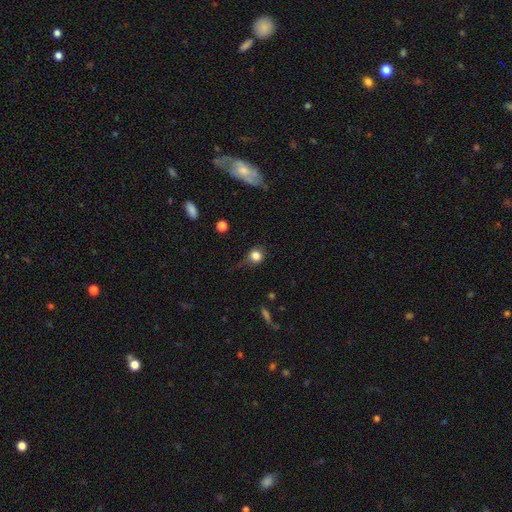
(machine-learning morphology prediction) The model was most divided on "merging": none: 58%, minor disturbance: 26%, major disturbance: 13%, merger: 3%. More confident: how rounded — round (84%); smooth or featured — smooth (81%).